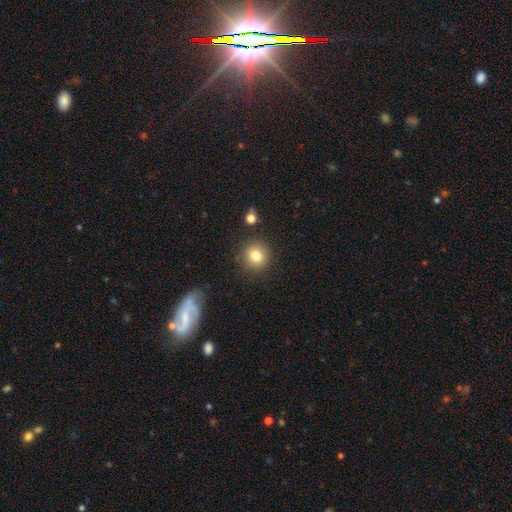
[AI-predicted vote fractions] Smooth or featured? smooth (81%)
How rounded? round (90%)
Merging? none (86%)